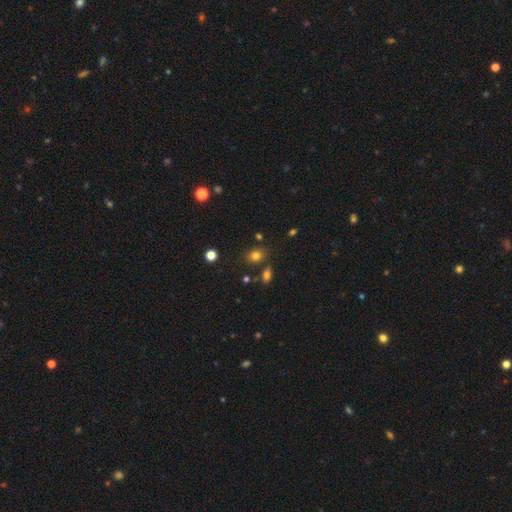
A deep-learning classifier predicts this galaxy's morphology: Q: Smooth or featured?
A: smooth (79%); runner-up: star or artifact (14%)
Q: How rounded?
A: in between (54%); runner-up: round (44%)
Q: Merging?
A: none (77%); runner-up: minor disturbance (12%)